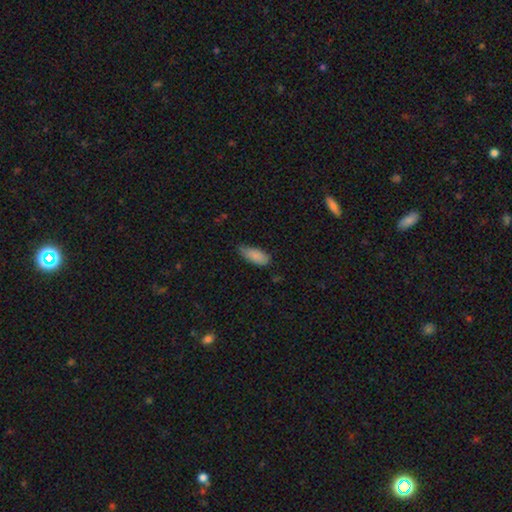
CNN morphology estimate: smooth_or_featured: smooth (p=0.87) [alt: star or artifact p=0.07]
how_rounded: in between (p=0.84) [alt: cigar-shaped p=0.14]
merging: none (p=0.57) [alt: minor disturbance p=0.36]